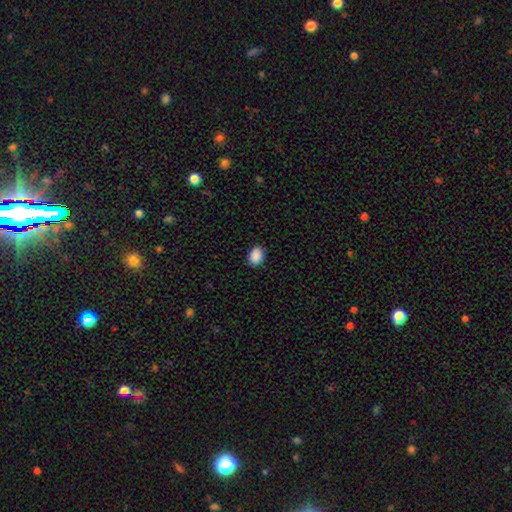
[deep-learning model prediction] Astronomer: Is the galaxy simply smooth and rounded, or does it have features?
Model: smooth — 90%.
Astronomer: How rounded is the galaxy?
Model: in between — 75%.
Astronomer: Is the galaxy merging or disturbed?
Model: none — 89%.